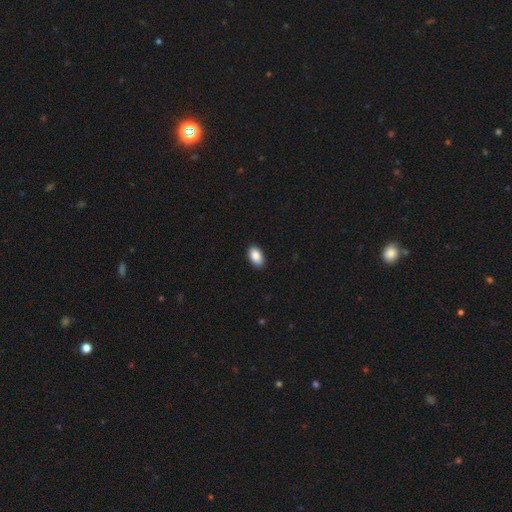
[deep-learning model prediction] This is clearly a smooth galaxy (89%). How rounded: clearly in between (93%). Merging: clearly none (90%).